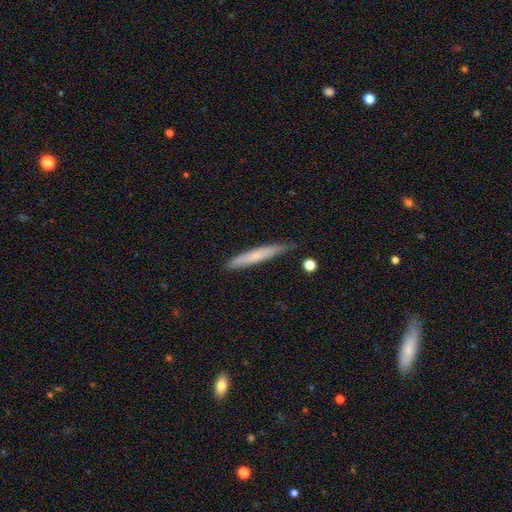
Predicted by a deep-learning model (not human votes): The model was most divided on "smooth or featured": smooth: 65%, featured or disk: 29%, star or artifact: 6%. More confident: how rounded — cigar-shaped (95%); merging — none (78%).